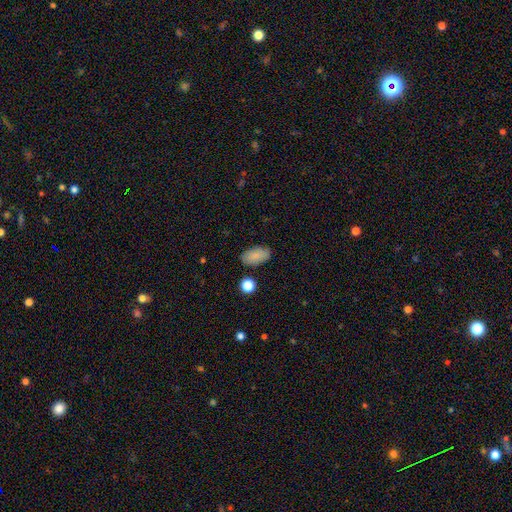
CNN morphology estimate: smooth-or-featured: smooth: 84% | star or artifact: 8% | featured or disk: 8%
  how-rounded: in between: 92% | round: 6% | cigar-shaped: 2%
  merging: none: 80% | minor disturbance: 13% | major disturbance: 3% | merger: 3%